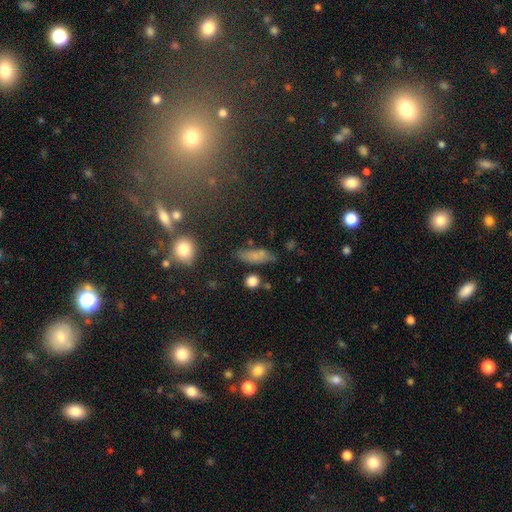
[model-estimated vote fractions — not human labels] Q: Smooth or featured?
A: smooth (73%); runner-up: featured or disk (15%)
Q: How rounded?
A: in between (55%); runner-up: cigar-shaped (39%)
Q: Merging?
A: none (71%); runner-up: minor disturbance (18%)